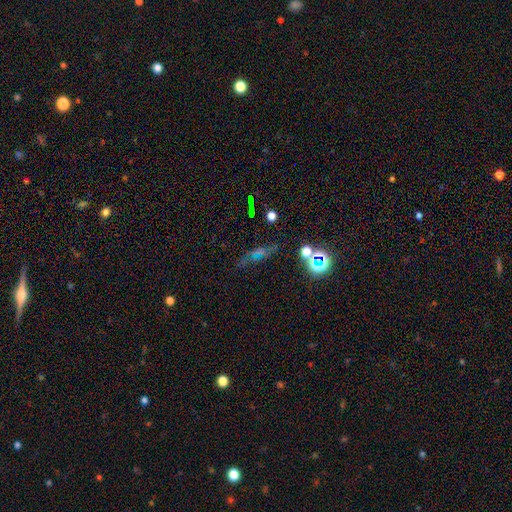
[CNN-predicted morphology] smooth_or_featured: star or artifact (p=0.36) [alt: smooth p=0.32]